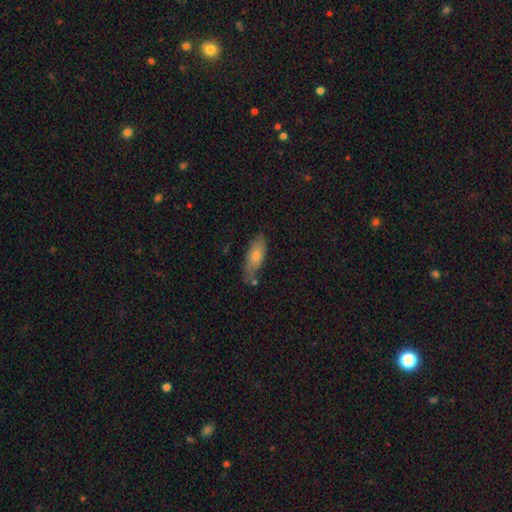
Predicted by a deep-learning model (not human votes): A smooth galaxy with no disk features (60%) that is in between round and cigar-shaped (72%).

Vote fractions:
- Smooth or featured? smooth: 60% / featured or disk: 32% / star or artifact: 8%
- How rounded? in between: 72% / cigar-shaped: 25% / round: 3%
- Merging? none: 64% / minor disturbance: 23% / merger: 7% / major disturbance: 6%